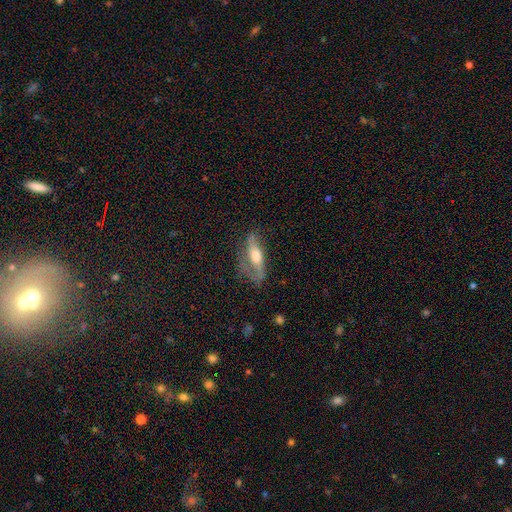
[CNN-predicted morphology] A featured or disk galaxy (59%). Merging: none (53%).